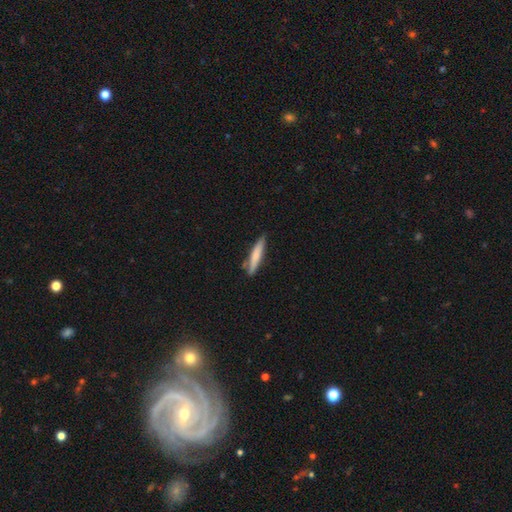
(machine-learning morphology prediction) smooth-or-featured: smooth: 74% | featured or disk: 21% | star or artifact: 6%
  how-rounded: cigar-shaped: 90% | in between: 9% | round: 1%
  merging: none: 78% | minor disturbance: 15% | merger: 4% | major disturbance: 2%